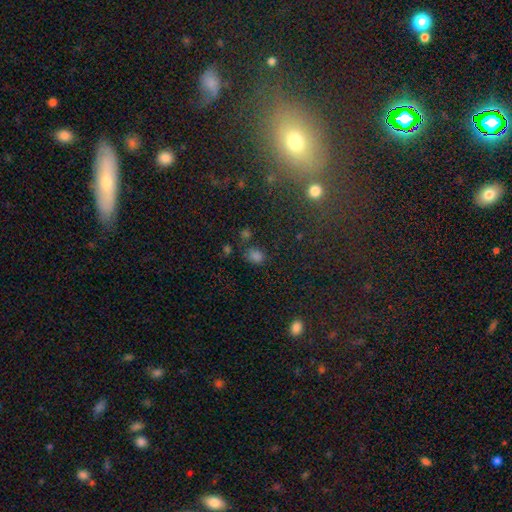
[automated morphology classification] A smooth galaxy with no disk features (68%) that is in between round and cigar-shaped (51%).

Vote fractions:
- Smooth or featured? smooth: 68% / star or artifact: 26% / featured or disk: 6%
- How rounded? in between: 51% / round: 47% / cigar-shaped: 1%
- Merging? none: 69% / minor disturbance: 17% / merger: 8% / major disturbance: 6%